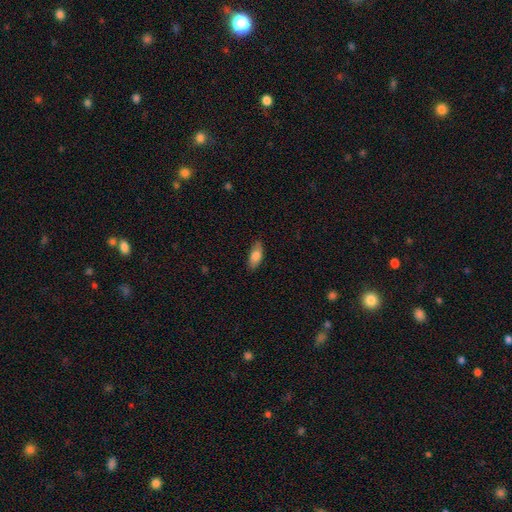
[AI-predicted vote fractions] This is clearly a smooth galaxy (81%). How rounded: likely in between (80%). Merging: clearly none (82%).